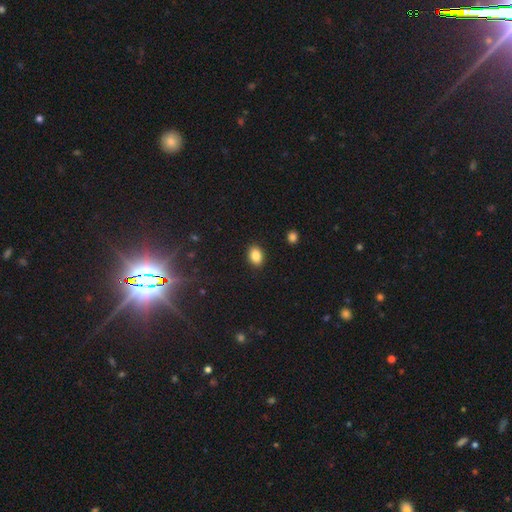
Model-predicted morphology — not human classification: Smooth or featured: smooth — 87% (star or artifact — 9%)
How rounded: in between — 73% (round — 26%)
Merging: none — 89% (minor disturbance — 7%)